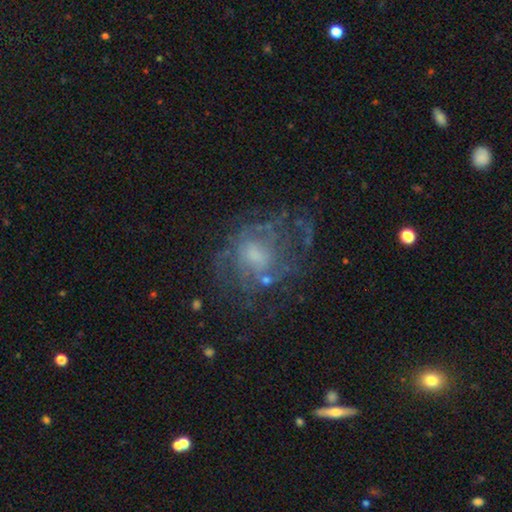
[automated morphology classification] A featured or disk galaxy (66%) with no bar (70%), spiral arms (56%) and a moderate central bulge (43%).

Vote fractions:
- Smooth or featured? featured or disk: 66% / smooth: 21% / star or artifact: 13%
- Edge-on disk? no: 97% / yes: 3%
- Bar? no: 70% / weak: 26% / strong: 4%
- Spiral arms? yes: 56% / no: 44%
- Bulge size? moderate: 43% / small: 33% / none: 14% / large: 9% / dominant: 2%
- Merging? none: 55% / major disturbance: 23% / minor disturbance: 18% / merger: 3%